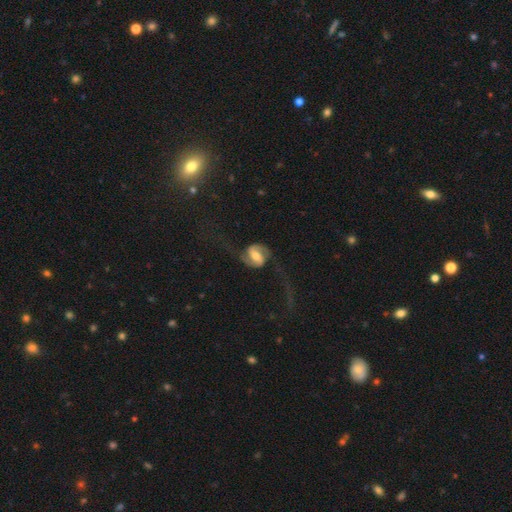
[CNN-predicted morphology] Smooth or featured? featured or disk (85%)
Edge-on disk? no (97%)
Bar? strong (43%)
Spiral arms? yes (95%)
Spiral winding? loose (60%)
Spiral arm count? 2 (94%)
Bulge size? moderate (65%)
Merging? none (63%)